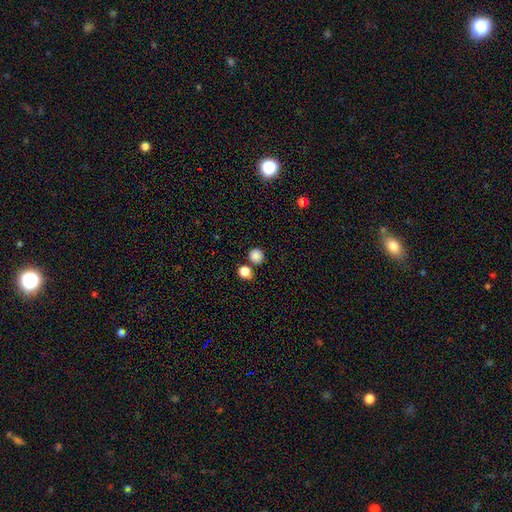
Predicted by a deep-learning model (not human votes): This appears to be a smooth galaxy with no disk features (85%) that is round (91%). Merging: none (76%).